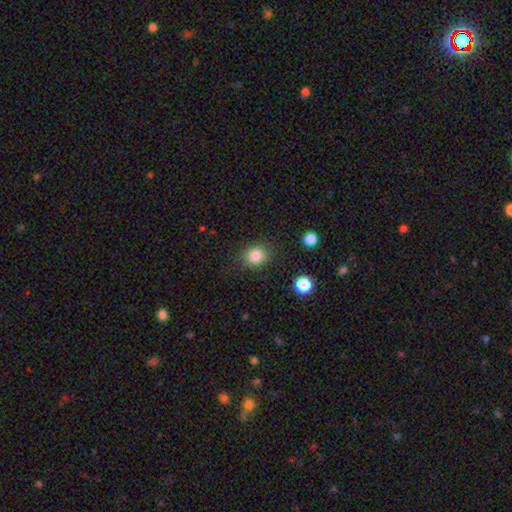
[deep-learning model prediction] smooth-or-featured: smooth: 84% | star or artifact: 10% | featured or disk: 6%
  how-rounded: round: 64% | in between: 35% | cigar-shaped: 1%
  merging: none: 83% | minor disturbance: 11% | major disturbance: 4% | merger: 2%